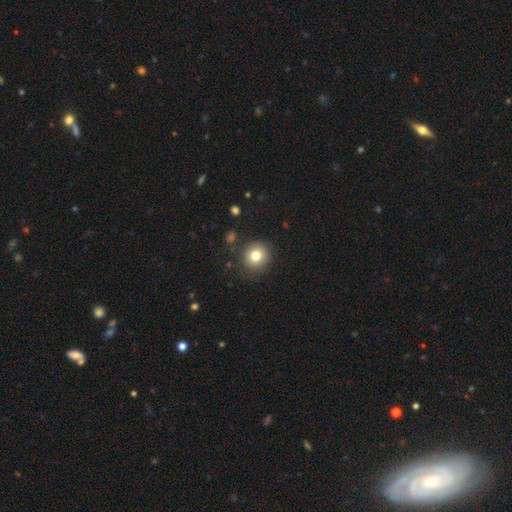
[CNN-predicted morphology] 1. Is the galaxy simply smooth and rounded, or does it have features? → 79% smooth, 11% star or artifact, 10% featured or disk.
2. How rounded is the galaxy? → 91% round, 8% in between, 1% cigar-shaped.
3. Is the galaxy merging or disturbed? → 87% none, 8% minor disturbance, 3% major disturbance, 2% merger.